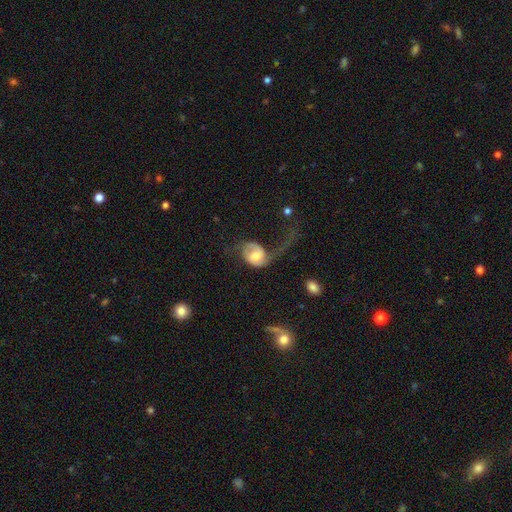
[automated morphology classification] type=featured or disk (59%); edge-on=no (97%); bar=no (55%); spiral arms=yes (83%); bulge=moderate (55%); merging=major disturbance (58%).